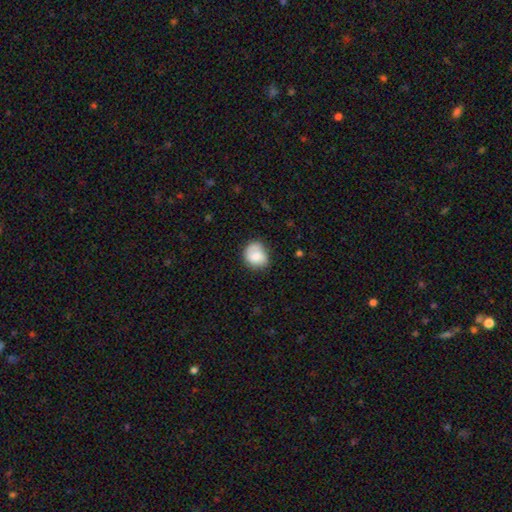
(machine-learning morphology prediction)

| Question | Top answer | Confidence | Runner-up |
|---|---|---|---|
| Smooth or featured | smooth | 76% | featured or disk (17%) |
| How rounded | round | 62% | in between (37%) |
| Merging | none | 59% | minor disturbance (28%) |